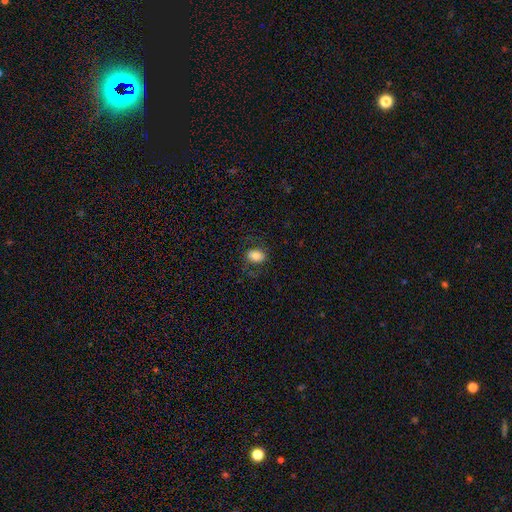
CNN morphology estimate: A smooth galaxy with no disk features (74%) that is in between round and cigar-shaped (69%).

Vote fractions:
- Smooth or featured? smooth: 74% / featured or disk: 17% / star or artifact: 9%
- How rounded? in between: 69% / round: 30% / cigar-shaped: 1%
- Merging? none: 76% / minor disturbance: 14% / major disturbance: 9% / merger: 1%